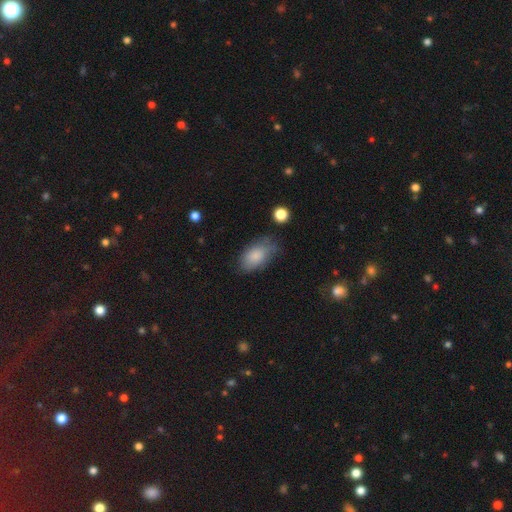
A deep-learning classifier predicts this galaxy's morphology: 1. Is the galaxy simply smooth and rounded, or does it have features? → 82% smooth, 11% featured or disk, 7% star or artifact.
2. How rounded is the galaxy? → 92% in between, 6% round, 2% cigar-shaped.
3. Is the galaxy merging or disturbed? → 60% none, 28% minor disturbance, 9% major disturbance, 3% merger.